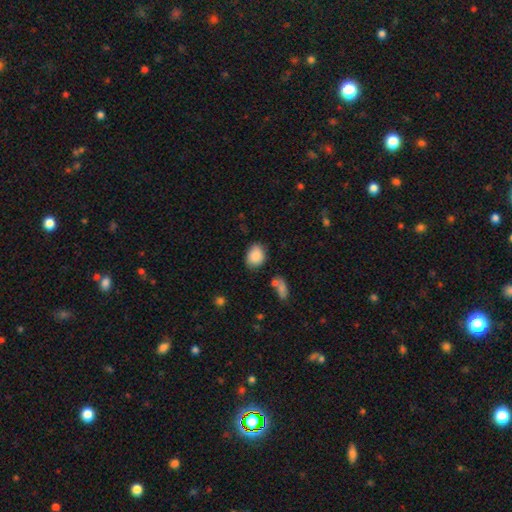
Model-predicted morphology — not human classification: The model was most divided on "how rounded": in between: 57%, round: 42%, cigar-shaped: 1%. More confident: smooth or featured — smooth (86%); merging — none (72%).